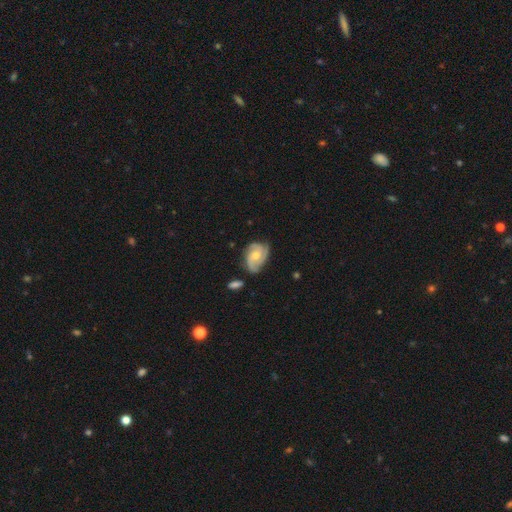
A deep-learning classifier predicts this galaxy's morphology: smooth-or-featured: featured or disk: 83% | smooth: 12% | star or artifact: 5%
  disk-edge-on: no: 98% | yes: 2%
    bar: no: 70% | weak: 26% | strong: 4%
    has-spiral-arms: yes: 97% | no: 3%
      spiral-winding: tight: 47% | medium: 42% | loose: 11%
      spiral-arm-count: 3: 58% | 2: 19% | 4: 8% | can't tell: 8% | 1: 3% | more than 4: 3%
    bulge-size: moderate: 54% | small: 41% | large: 2% | none: 2% | dominant: 1%
  merging: none: 66% | minor disturbance: 24% | major disturbance: 7% | merger: 3%